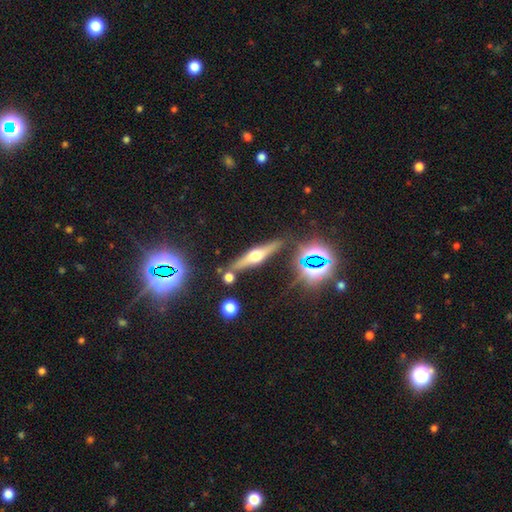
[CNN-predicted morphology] The model was most divided on "smooth or featured": featured or disk: 62%, smooth: 26%, star or artifact: 12%. More confident: edge-on disk — yes (94%); edge-on bulge — rounded (93%); merging — none (80%).